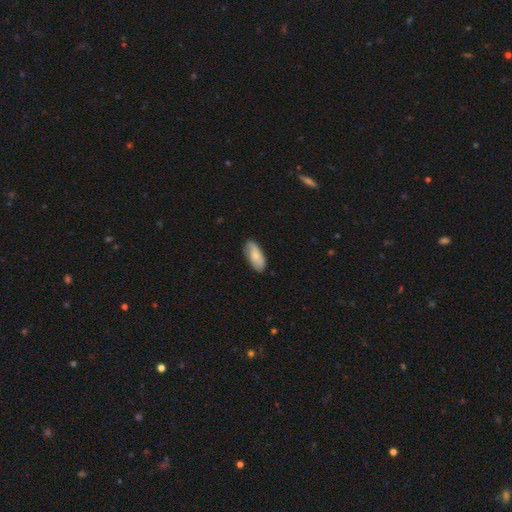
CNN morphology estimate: Smooth or featured? Predicted: smooth (p=0.73). How rounded? Predicted: in between (p=0.85). Merging? Predicted: none (p=0.79).